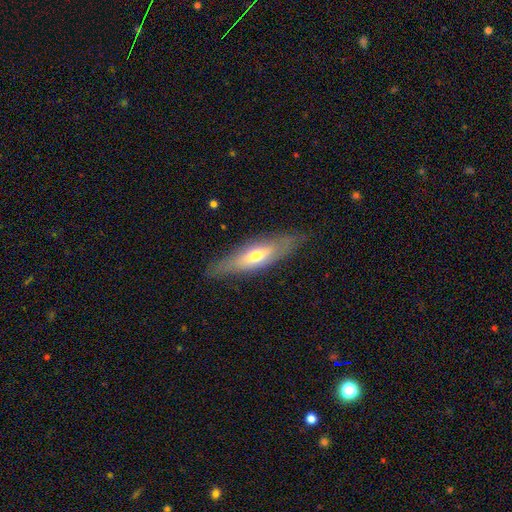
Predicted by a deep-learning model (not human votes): A smooth galaxy with no disk features (49%). Merging: none (81%).